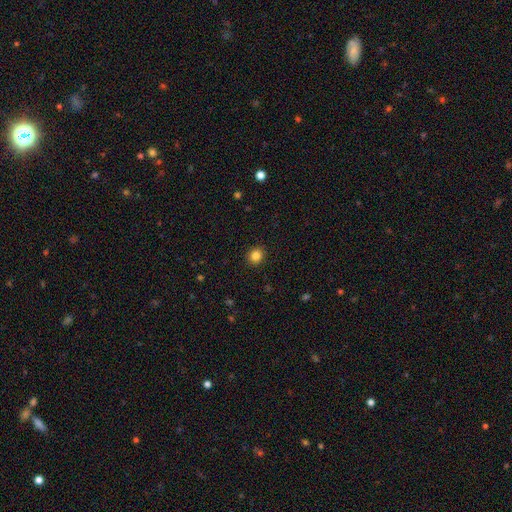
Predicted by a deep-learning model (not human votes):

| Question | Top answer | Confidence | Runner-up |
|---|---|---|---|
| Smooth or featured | smooth | 84% | star or artifact (11%) |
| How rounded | round | 84% | in between (15%) |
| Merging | none | 92% | minor disturbance (6%) |